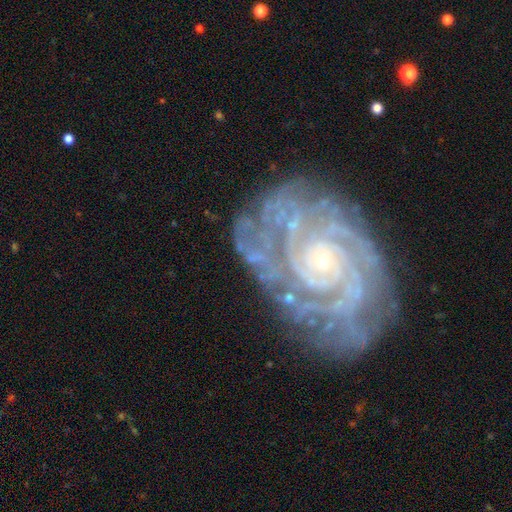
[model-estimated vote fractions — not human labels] Smooth or featured?
  - featured or disk: 91% *
  - star or artifact: 6%
  - smooth: 3%
Edge-on disk?
  - no: 98% *
  - yes: 2%
Bar?
  - no: 76% *
  - weak: 15%
  - strong: 9%
Spiral arms?
  - yes: 98% *
  - no: 2%
Spiral winding?
  - tight: 79% *
  - medium: 18%
  - loose: 3%
Spiral arm count?
  - 2: 20% * (tied)
  - 4: 20% * (tied)
  - 3: 19%
  - more than 4: 17%
  - can't tell: 16%
  - 1: 8%
Bulge size?
  - small: 84% *
  - moderate: 12%
  - none: 2%
  - large: 1%
  - dominant: 1%
Merging?
  - none: 67% *
  - minor disturbance: 19%
  - major disturbance: 10%
  - merger: 4%